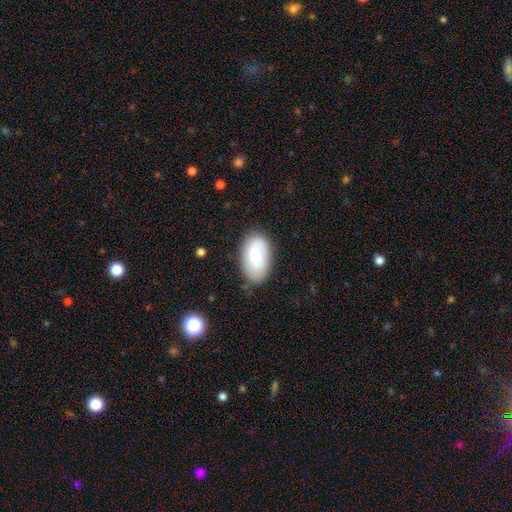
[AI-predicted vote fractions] Morphology: type=smooth (65%); roundness=in between (94%); merging=none (76%).